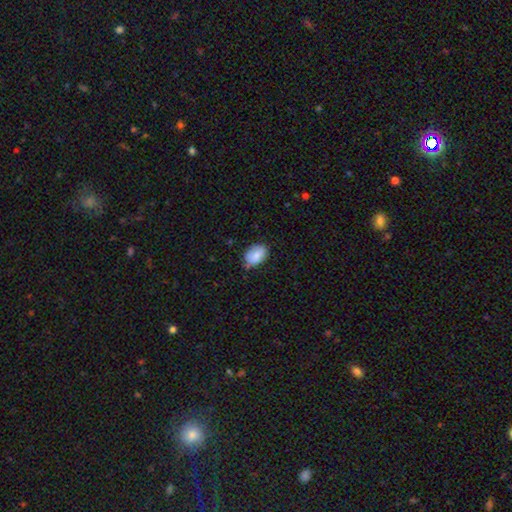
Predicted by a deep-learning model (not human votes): A smooth galaxy with no disk features (81%) that is in between round and cigar-shaped (79%).

Vote fractions:
- Smooth or featured? smooth: 81% / featured or disk: 12% / star or artifact: 7%
- How rounded? in between: 79% / round: 20% / cigar-shaped: 1%
- Merging? none: 70% / minor disturbance: 25% / major disturbance: 4% / merger: 2%